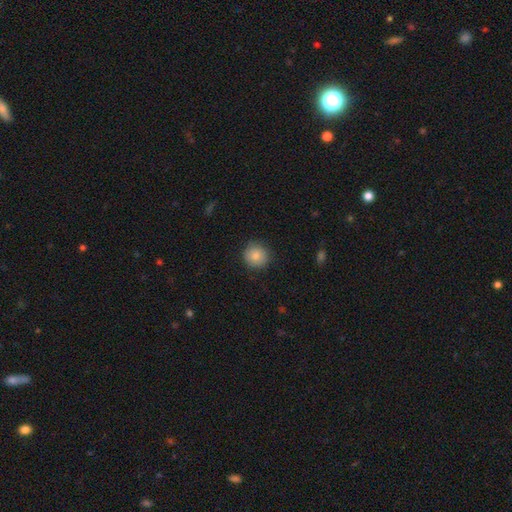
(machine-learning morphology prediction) Overall: smooth (84%). How rounded: round (93%). Merging: none (87%).